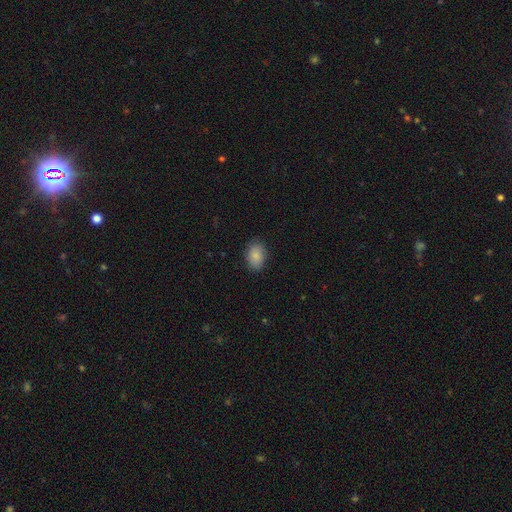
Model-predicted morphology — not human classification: Smooth or featured: smooth — 87% (star or artifact — 7%)
How rounded: in between — 79% (round — 20%)
Merging: none — 84% (minor disturbance — 12%)